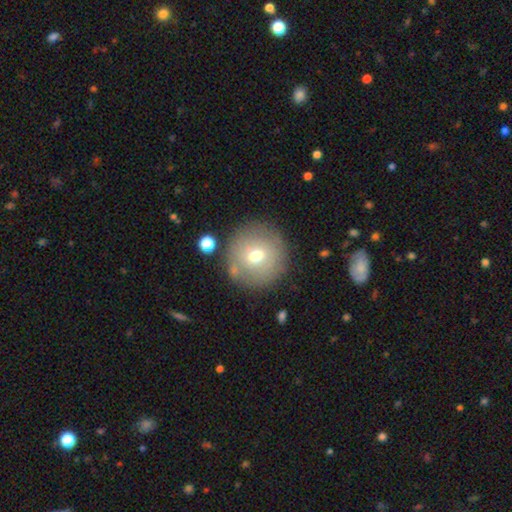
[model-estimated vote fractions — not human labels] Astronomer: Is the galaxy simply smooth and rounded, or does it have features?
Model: smooth — 66%.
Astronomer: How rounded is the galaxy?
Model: round — 95%.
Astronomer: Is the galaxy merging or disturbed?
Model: none — 83%.